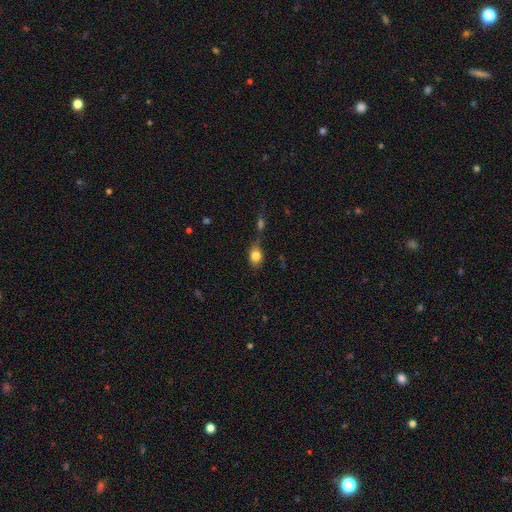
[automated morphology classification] type=smooth (81%); roundness=in between (62%); merging=none (55%).